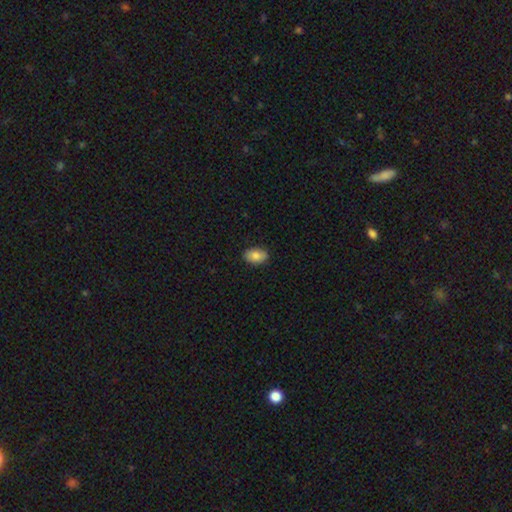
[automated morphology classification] This appears to be a smooth galaxy with no disk features (85%) that is in between round and cigar-shaped (86%). Merging: none (87%).